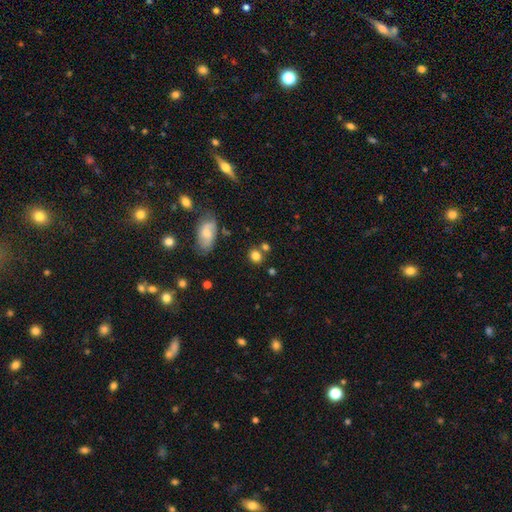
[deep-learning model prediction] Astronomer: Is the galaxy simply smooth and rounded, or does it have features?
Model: smooth — 79%.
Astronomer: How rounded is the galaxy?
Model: round — 69%.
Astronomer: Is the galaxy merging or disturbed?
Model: none — 71%.